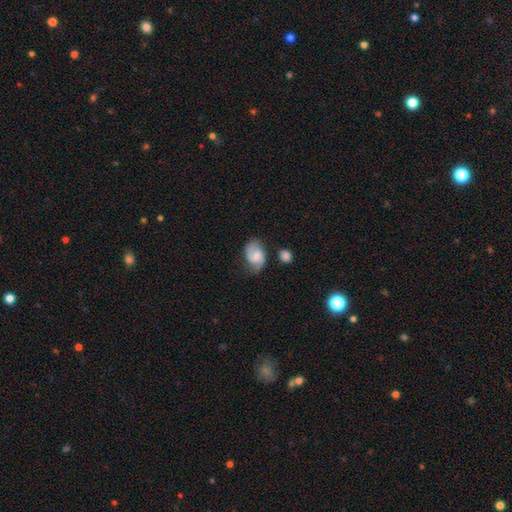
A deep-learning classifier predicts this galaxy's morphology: Smooth or featured?
  - featured or disk: 58% *
  - smooth: 35%
  - star or artifact: 8%
Edge-on disk?
  - no: 97% *
  - yes: 3%
Bar?
  - weak: 52% *
  - no: 36%
  - strong: 12%
Spiral arms?
  - yes: 92% *
  - no: 8%
Spiral winding?
  - medium: 48% *
  - loose: 28%
  - tight: 23%
Spiral arm count?
  - 2: 86% *
  - can't tell: 7%
  - 1: 4%
  - 3: 1%
  - 4: 1%
  - more than 4: 1%
Bulge size?
  - small: 31% *
  - none: 29%
  - moderate: 29%
  - large: 9%
  - dominant: 2%
Merging?
  - none: 66% *
  - minor disturbance: 22%
  - major disturbance: 7%
  - merger: 5%